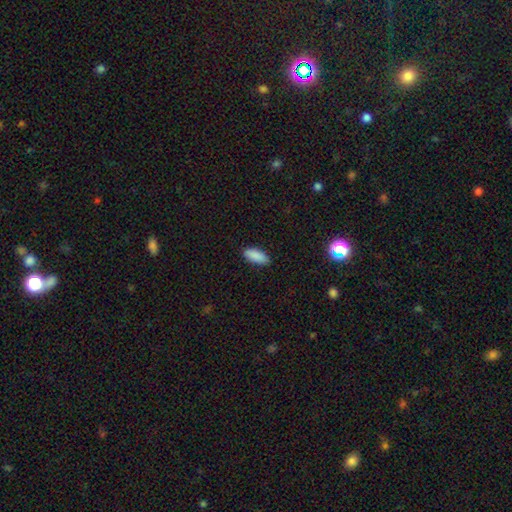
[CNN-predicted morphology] Smooth or featured?
  - smooth: 89% *
  - star or artifact: 7%
  - featured or disk: 4%
How rounded?
  - in between: 81% *
  - cigar-shaped: 17%
  - round: 2%
Merging?
  - none: 88% *
  - minor disturbance: 9%
  - major disturbance: 2%
  - merger: 1%